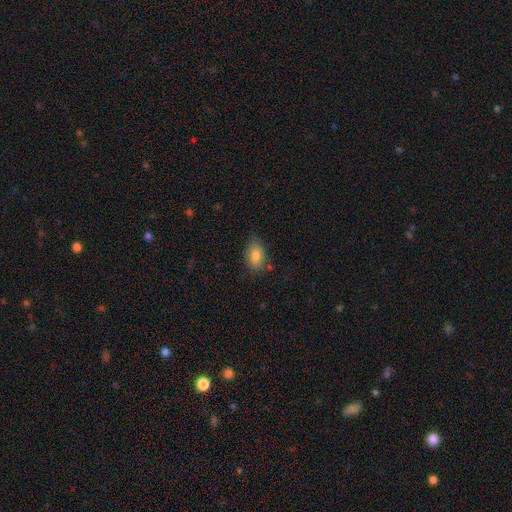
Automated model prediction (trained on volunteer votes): Morphology: type=smooth (81%); roundness=in between (86%); merging=none (72%).